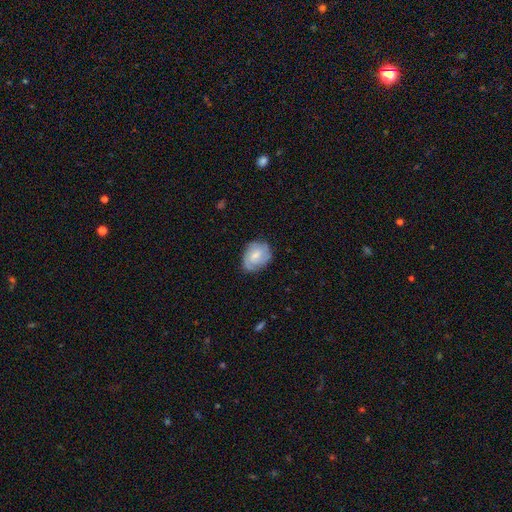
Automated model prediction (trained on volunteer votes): smooth-or-featured: smooth: 50% | featured or disk: 43% | star or artifact: 7%
  how-rounded: in between: 60% | round: 38% | cigar-shaped: 1%
  merging: none: 69% | minor disturbance: 24% | major disturbance: 6% | merger: 1%